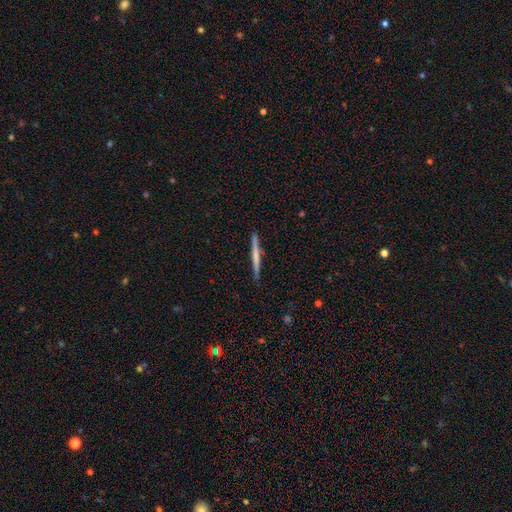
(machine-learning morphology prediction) smooth_or_featured: smooth (p=0.48) [alt: featured or disk p=0.47]
merging: none (p=0.89) [alt: minor disturbance p=0.08]